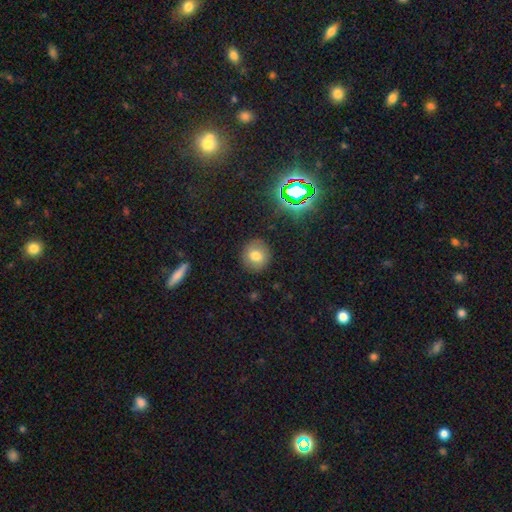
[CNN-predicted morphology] smooth-or-featured: smooth: 73% | star or artifact: 15% | featured or disk: 13%
  how-rounded: round: 88% | in between: 11% | cigar-shaped: 1%
  merging: none: 88% | minor disturbance: 8% | major disturbance: 3% | merger: 1%